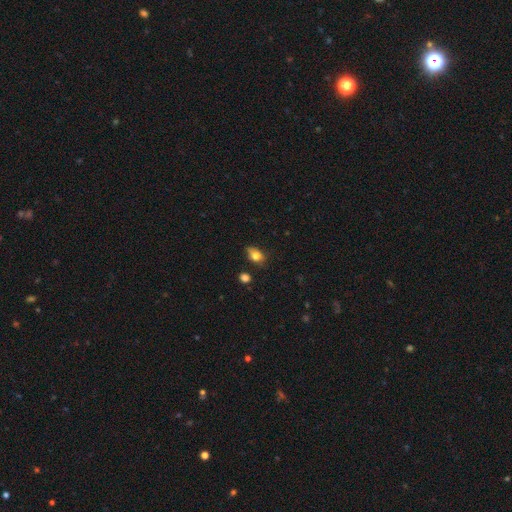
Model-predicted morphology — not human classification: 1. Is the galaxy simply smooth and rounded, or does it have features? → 78% smooth, 12% featured or disk, 10% star or artifact.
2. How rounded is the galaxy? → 75% in between, 22% round, 3% cigar-shaped.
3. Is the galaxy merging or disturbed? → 60% none, 30% minor disturbance, 6% major disturbance, 4% merger.